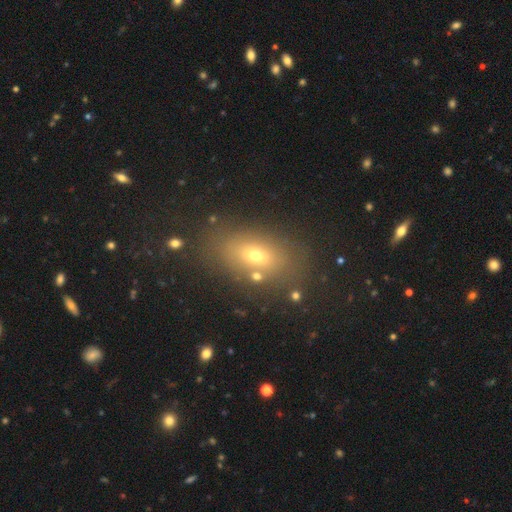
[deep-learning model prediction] Q: Smooth or featured?
A: smooth (64%); runner-up: star or artifact (19%)
Q: How rounded?
A: in between (80%); runner-up: round (11%)
Q: Merging?
A: none (79%); runner-up: minor disturbance (11%)